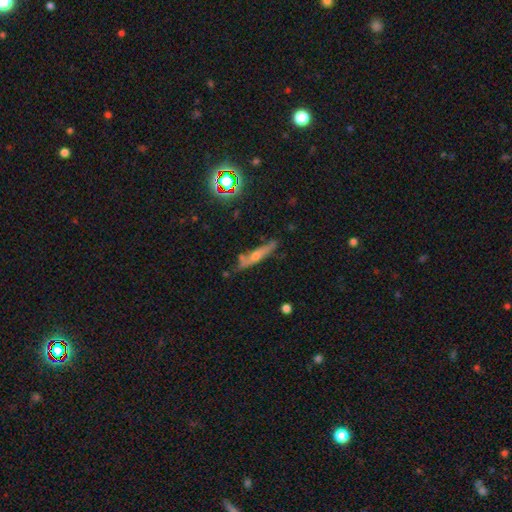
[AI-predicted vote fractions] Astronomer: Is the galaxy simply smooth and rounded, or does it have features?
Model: featured or disk — 51% (runner-up: smooth, 36%).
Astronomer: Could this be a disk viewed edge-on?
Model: yes — 83%.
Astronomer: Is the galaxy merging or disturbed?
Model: none — 72%.